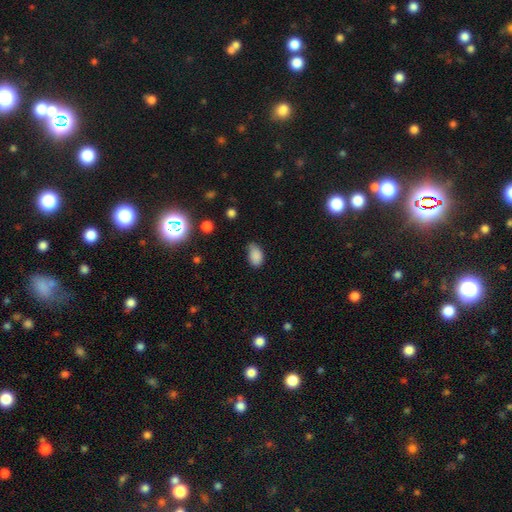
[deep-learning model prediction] The model was most divided on "merging": none: 62%, minor disturbance: 30%, major disturbance: 6%, merger: 2%. More confident: how rounded — in between (89%); smooth or featured — smooth (86%).